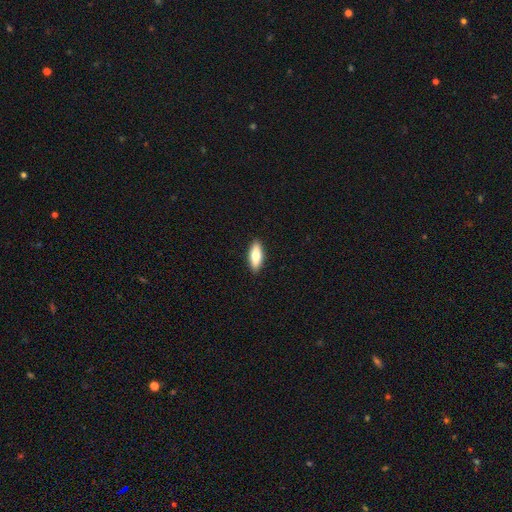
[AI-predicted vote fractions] smooth_or_featured: smooth (p=0.71) [alt: featured or disk p=0.23]
how_rounded: in between (p=0.67) [alt: cigar-shaped p=0.30]
merging: none (p=0.91) [alt: minor disturbance p=0.07]